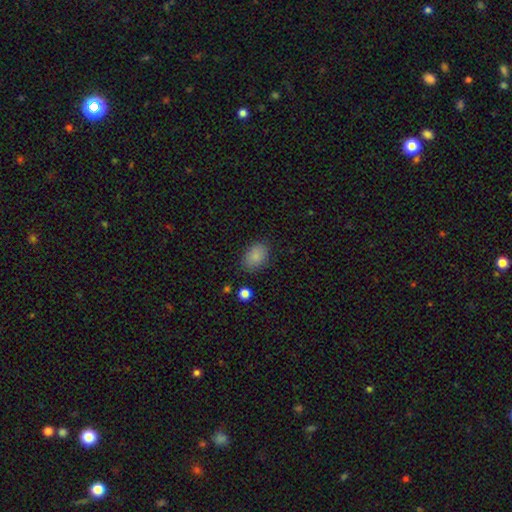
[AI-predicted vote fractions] This is clearly a smooth galaxy (86%). How rounded: clearly in between (83%). Merging: clearly none (82%).